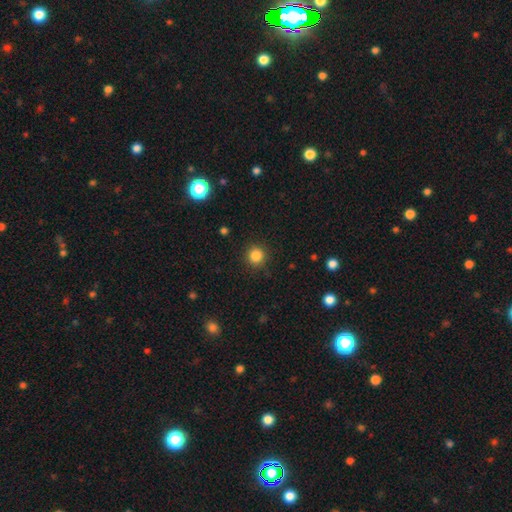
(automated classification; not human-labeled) A smooth galaxy with no disk features (84%) that is round (93%). Merging: none (90%).